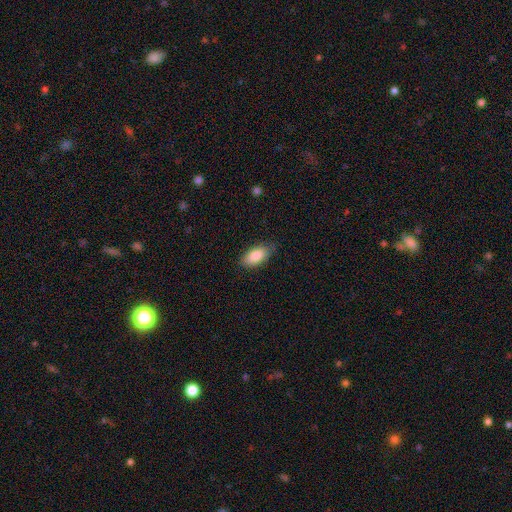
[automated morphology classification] This appears to be a smooth galaxy with no disk features (87%) that is in between round and cigar-shaped (92%). Merging: none (81%).